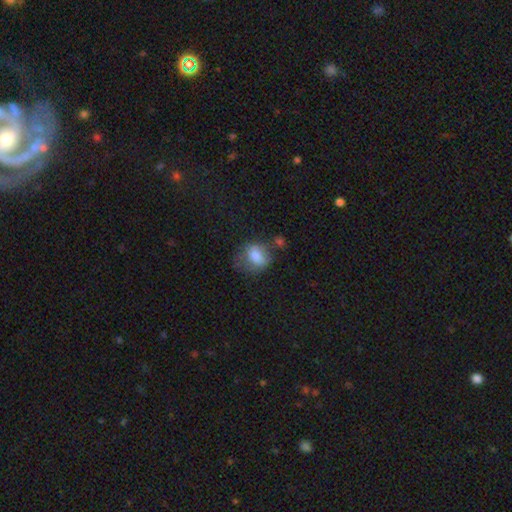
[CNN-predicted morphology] Smooth or featured? Predicted: smooth (p=0.73). How rounded? Predicted: in between (p=0.56). Merging? Predicted: none (p=0.43).